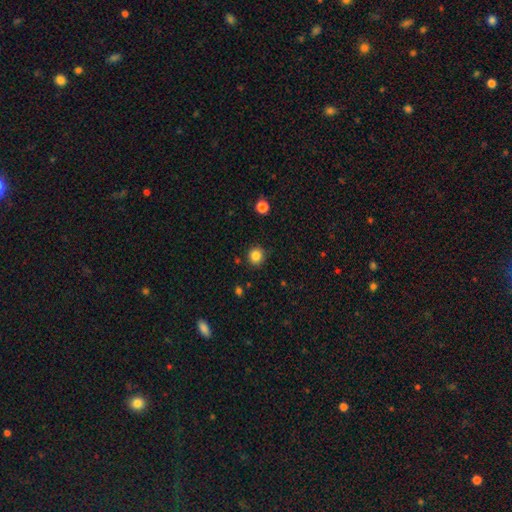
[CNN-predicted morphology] Smooth or featured? smooth (84%)
How rounded? round (91%)
Merging? none (89%)